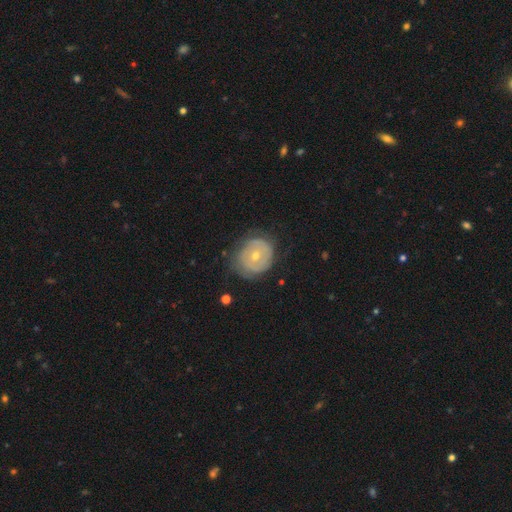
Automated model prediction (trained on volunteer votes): Smooth or featured? Predicted: featured or disk (p=0.60). Edge-on disk? Predicted: no (p=0.96). Bar? Predicted: no (p=0.79). Spiral arms? Predicted: yes (p=0.54). Bulge size? Predicted: moderate (p=0.50). Merging? Predicted: none (p=0.65).